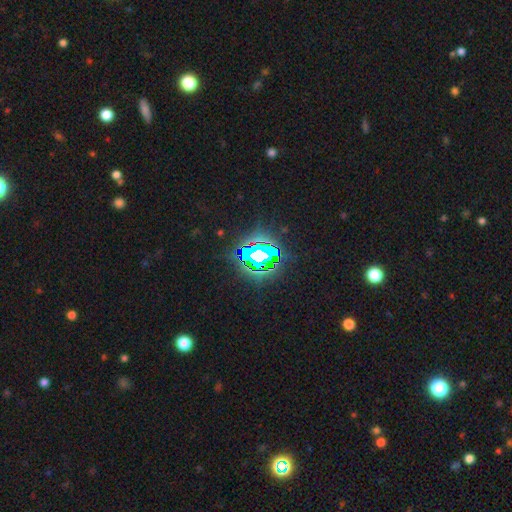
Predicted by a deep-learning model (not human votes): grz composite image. It shows a star or artifact, not a galaxy (78%).